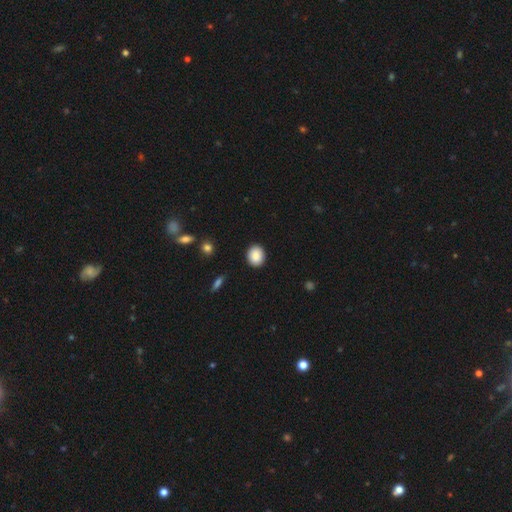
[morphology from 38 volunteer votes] This appears to be a smooth galaxy with no disk features (89%) that is round (71%). Merging: none (92%).